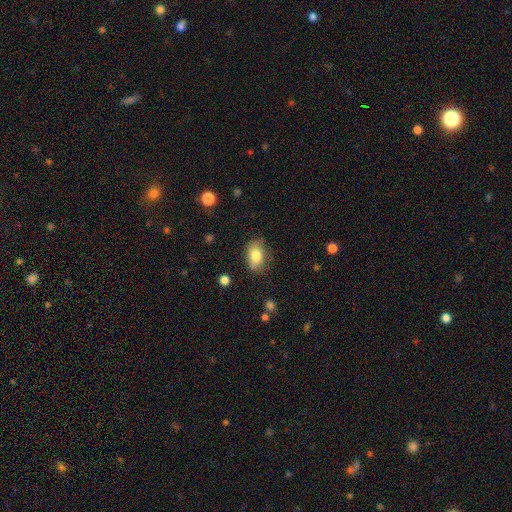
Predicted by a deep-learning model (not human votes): smooth-or-featured: smooth: 80% | featured or disk: 12% | star or artifact: 8%
  how-rounded: in between: 84% | round: 14% | cigar-shaped: 2%
  merging: none: 73% | minor disturbance: 21% | major disturbance: 5% | merger: 2%